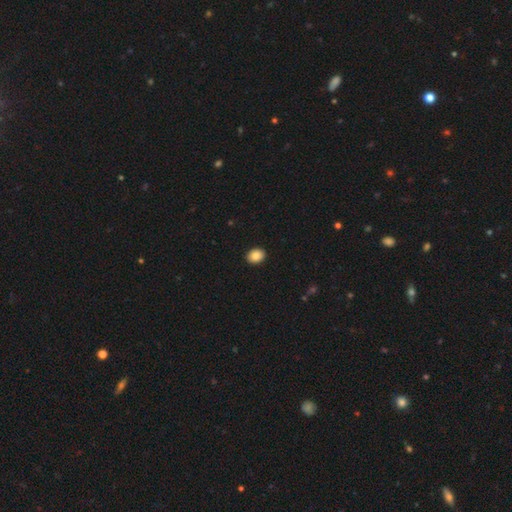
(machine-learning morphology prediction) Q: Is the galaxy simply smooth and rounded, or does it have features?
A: smooth — 85%.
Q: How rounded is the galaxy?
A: in between — 60%.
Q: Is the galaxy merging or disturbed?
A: none — 91%.